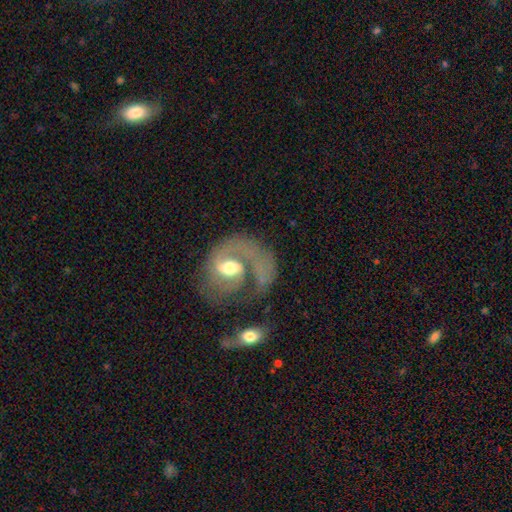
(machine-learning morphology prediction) Smooth or featured?
  - featured or disk: 70% *
  - smooth: 20%
  - star or artifact: 10%
Edge-on disk?
  - no: 96% *
  - yes: 4%
Bar?
  - no: 66% *
  - weak: 26%
  - strong: 8%
Spiral arms?
  - yes: 70% *
  - no: 30%
Bulge size?
  - moderate: 69% *
  - small: 17%
  - large: 10%
  - none: 3%
  - dominant: 2%
Merging?
  - none: 39% *
  - major disturbance: 26%
  - merger: 19%
  - minor disturbance: 16%